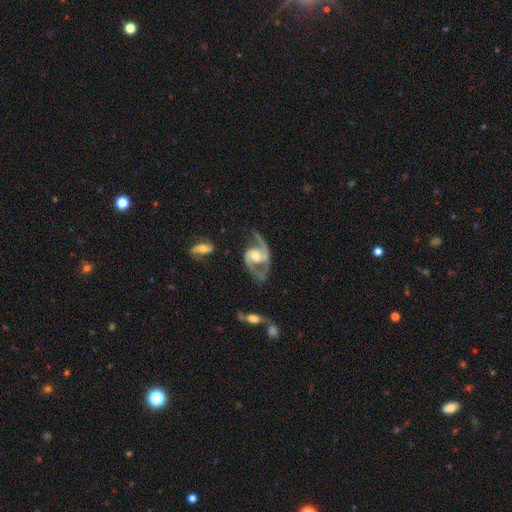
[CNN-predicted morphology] smooth-or-featured: featured or disk: 89% | smooth: 7% | star or artifact: 5%
  disk-edge-on: no: 97% | yes: 3%
    bar: no: 50% | weak: 38% | strong: 13%
    has-spiral-arms: yes: 95% | no: 5%
      spiral-winding: medium: 52% | loose: 33% | tight: 14%
      spiral-arm-count: 2: 88% | 1: 5% | can't tell: 3% | 3: 2% | 4: 1% | more than 4: 1%
    bulge-size: moderate: 61% | small: 22% | large: 13% | none: 3% | dominant: 1%
  merging: none: 57% | minor disturbance: 20% | major disturbance: 19% | merger: 4%